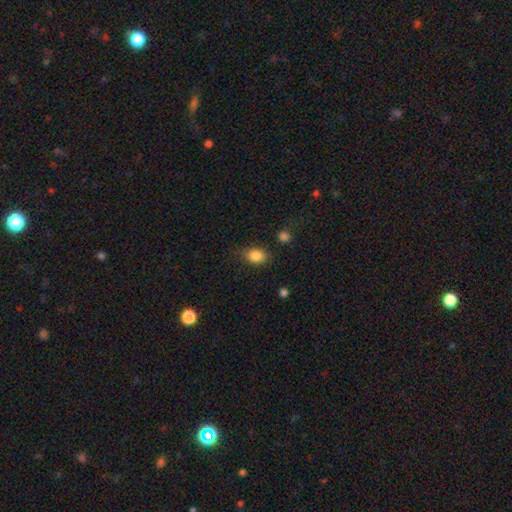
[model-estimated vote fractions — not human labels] A smooth galaxy with no disk features (85%) that is in between round and cigar-shaped (61%).

Vote fractions:
- Smooth or featured? smooth: 85% / star or artifact: 9% / featured or disk: 6%
- How rounded? in between: 61% / round: 37% / cigar-shaped: 1%
- Merging? none: 74% / minor disturbance: 18% / major disturbance: 5% / merger: 3%